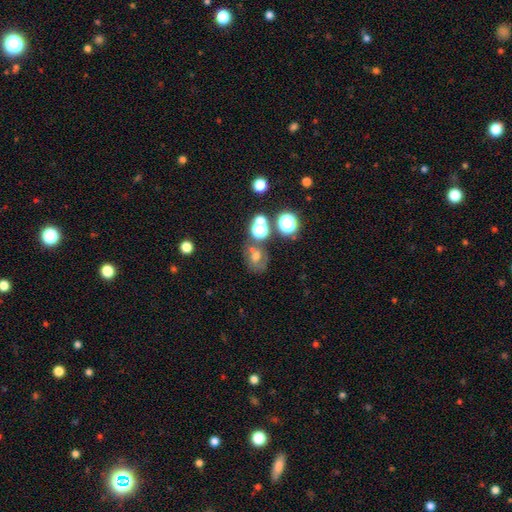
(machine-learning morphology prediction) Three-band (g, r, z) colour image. It shows a smooth galaxy with no disk features (51%) that is round (61%). Merging: none (50%).